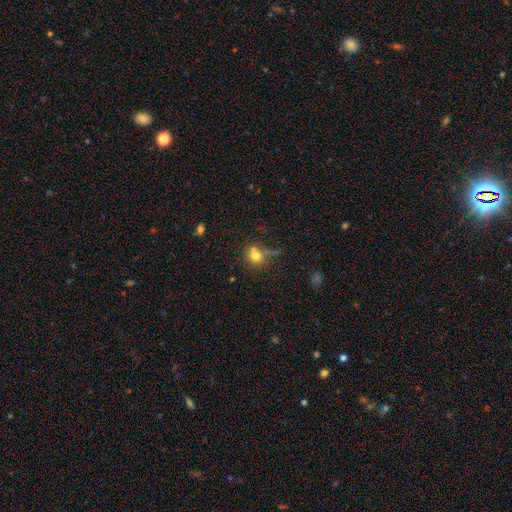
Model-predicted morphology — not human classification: This appears to be a smooth galaxy with no disk features (73%) that is round (81%). Merging: none (51%).